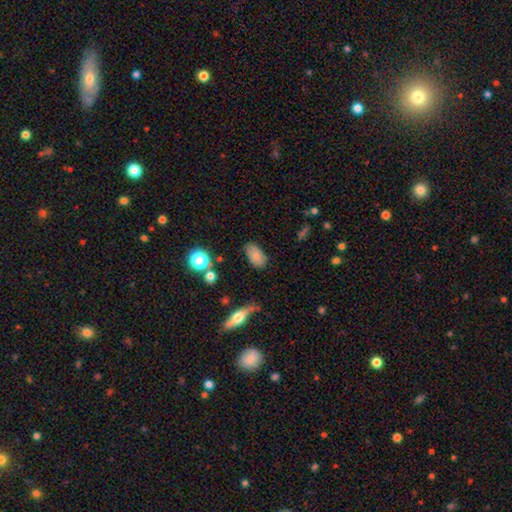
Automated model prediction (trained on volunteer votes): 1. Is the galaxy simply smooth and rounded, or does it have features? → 79% smooth, 11% featured or disk, 10% star or artifact.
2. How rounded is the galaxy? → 92% in between, 6% round, 2% cigar-shaped.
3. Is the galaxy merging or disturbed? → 74% none, 19% minor disturbance, 4% major disturbance, 3% merger.